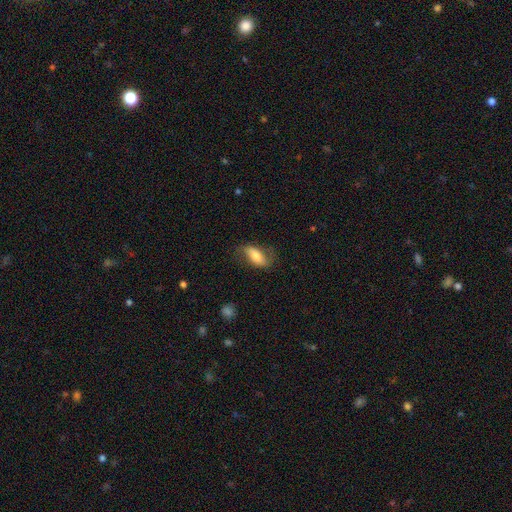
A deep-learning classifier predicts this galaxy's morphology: smooth-or-featured: smooth: 60% | featured or disk: 33% | star or artifact: 7%
  how-rounded: in between: 82% | cigar-shaped: 14% | round: 4%
  merging: none: 67% | minor disturbance: 23% | major disturbance: 9% | merger: 1%